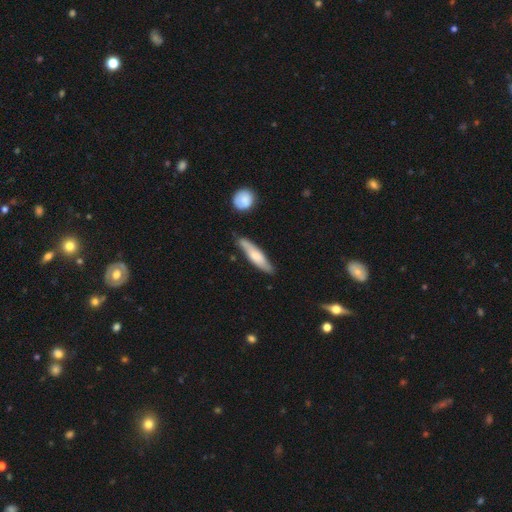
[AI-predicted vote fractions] smooth-or-featured: smooth: 60% | featured or disk: 34% | star or artifact: 5%
  how-rounded: cigar-shaped: 78% | in between: 20% | round: 2%
  merging: none: 75% | minor disturbance: 18% | merger: 4% | major disturbance: 3%